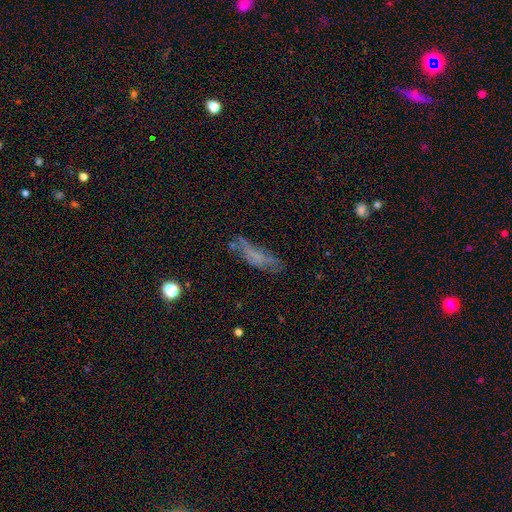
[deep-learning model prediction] Overall: smooth (49%; featured or disk 35%). Merging: none (48%; minor disturbance 27%).